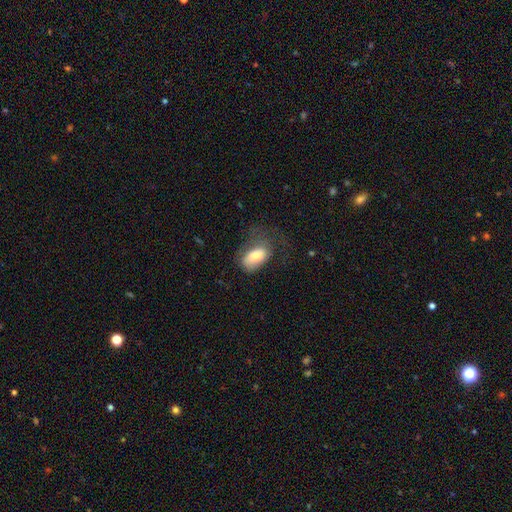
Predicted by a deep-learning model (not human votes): This appears to be a smooth galaxy with no disk features (74%) that is in between round and cigar-shaped (92%). Merging: none (38%).